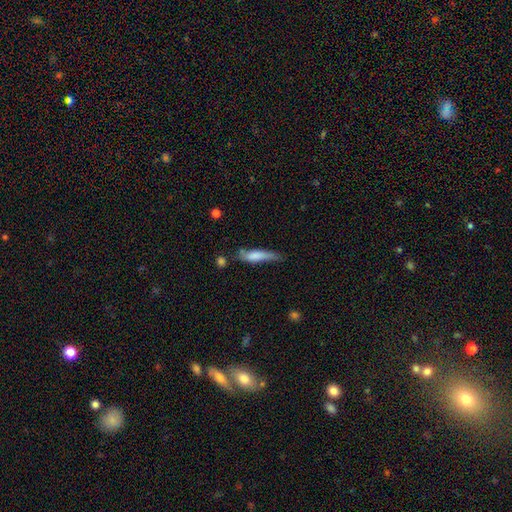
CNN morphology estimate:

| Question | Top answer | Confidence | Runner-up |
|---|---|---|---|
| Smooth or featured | smooth | 72% | featured or disk (22%) |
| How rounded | cigar-shaped | 79% | in between (20%) |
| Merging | none | 43% | minor disturbance (36%) |